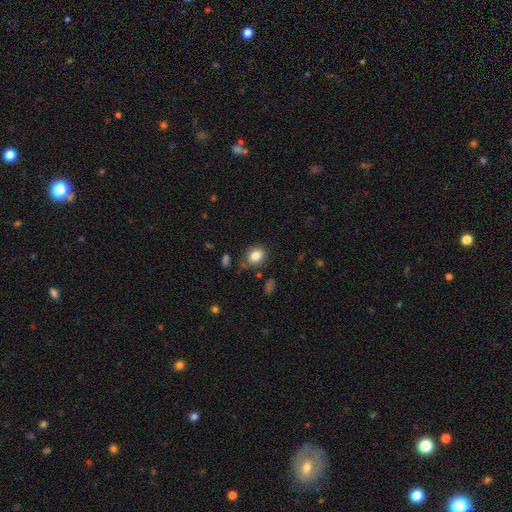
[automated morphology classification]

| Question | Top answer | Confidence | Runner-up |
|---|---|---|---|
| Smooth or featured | smooth | 83% | star or artifact (10%) |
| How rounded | round | 52% | in between (47%) |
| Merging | none | 76% | minor disturbance (16%) |